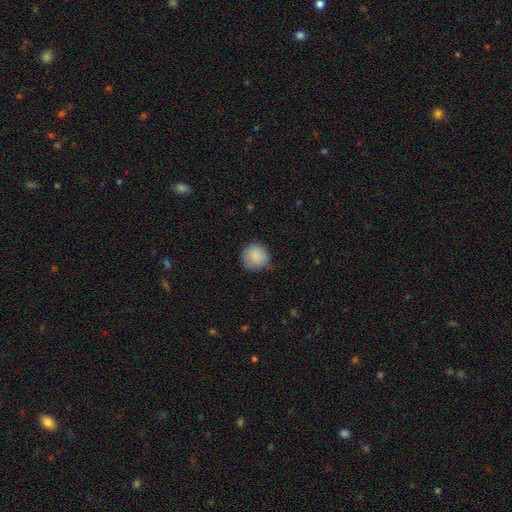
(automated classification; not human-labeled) Q: Smooth or featured?
A: smooth (87%); runner-up: star or artifact (7%)
Q: How rounded?
A: round (92%); runner-up: in between (7%)
Q: Merging?
A: none (78%); runner-up: minor disturbance (17%)